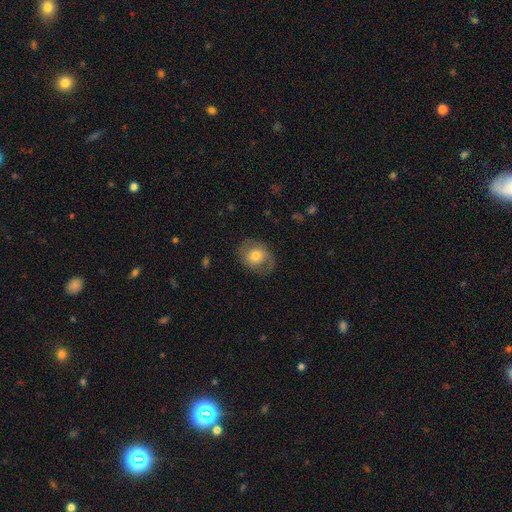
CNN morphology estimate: This appears to be a smooth galaxy with no disk features (57%) that is round (54%). Merging: none (73%).